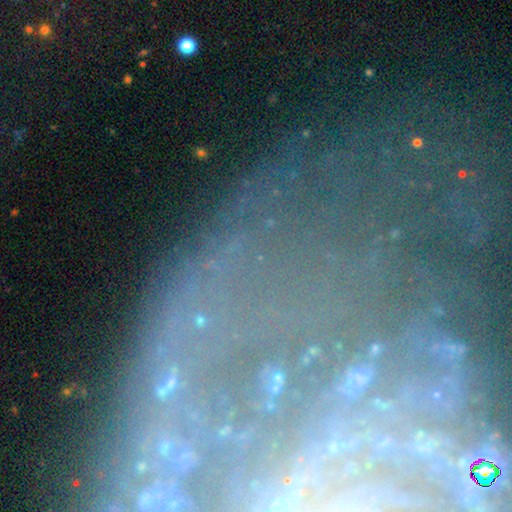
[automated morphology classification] type=featured or disk (55%); edge-on=no (87%); merging=none (62%).